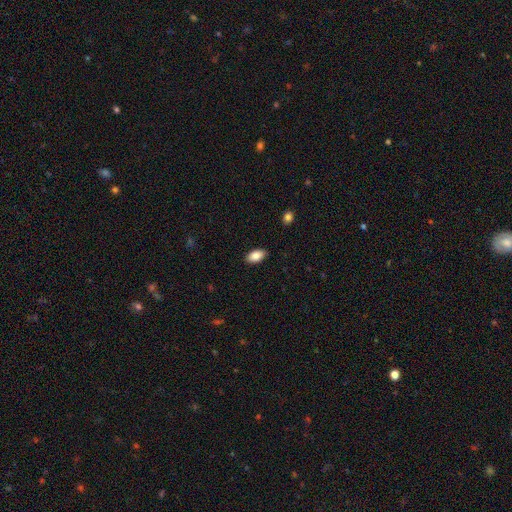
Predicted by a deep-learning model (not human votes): A smooth galaxy with no disk features (86%) that is in between round and cigar-shaped (93%). Merging: none (88%).